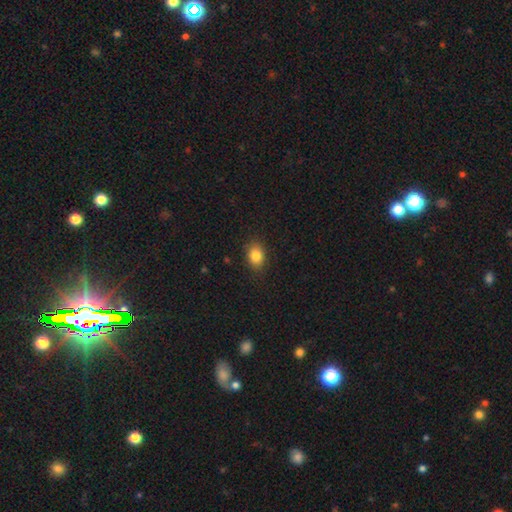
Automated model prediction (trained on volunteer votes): Overall: smooth (84%). How rounded: in between (65%; round 34%). Merging: none (85%).